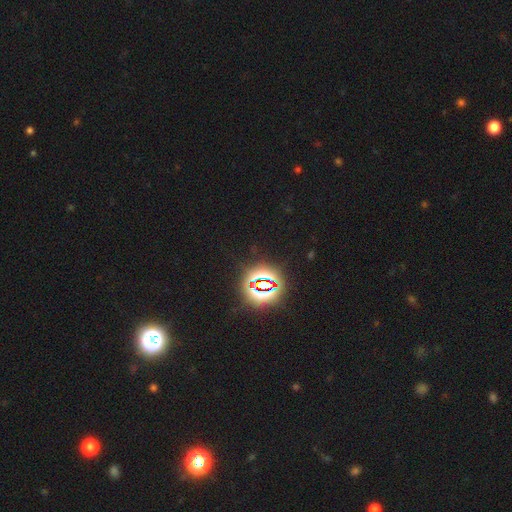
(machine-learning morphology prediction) Smooth or featured?
  - star or artifact: 80% *
  - smooth: 14%
  - featured or disk: 6%